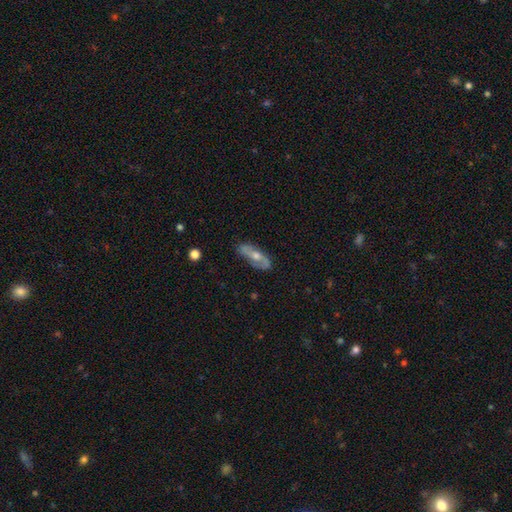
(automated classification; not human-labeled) Smooth or featured? Predicted: featured or disk (p=0.63). Edge-on disk? Predicted: no (p=0.76). Merging? Predicted: none (p=0.79).